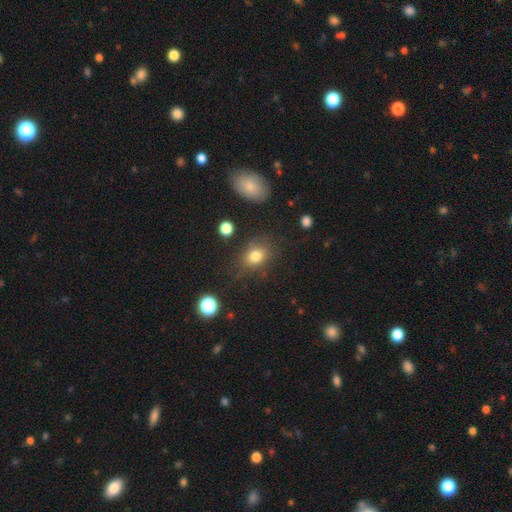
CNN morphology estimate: Smooth or featured?
  - smooth: 79% *
  - star or artifact: 12%
  - featured or disk: 9%
How rounded?
  - in between: 57% *
  - round: 42%
  - cigar-shaped: 1%
Merging?
  - none: 75% *
  - minor disturbance: 16%
  - major disturbance: 6%
  - merger: 3%